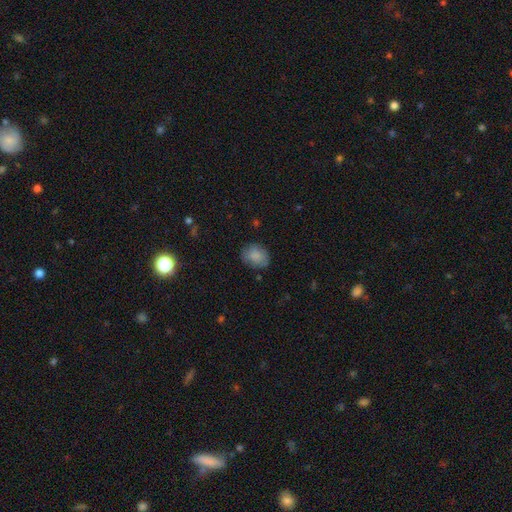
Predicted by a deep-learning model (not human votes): This appears to be a smooth galaxy with no disk features (83%) that is round (52%). Merging: none (76%).